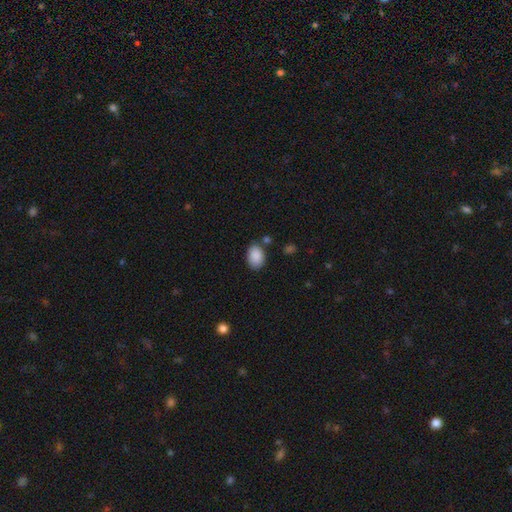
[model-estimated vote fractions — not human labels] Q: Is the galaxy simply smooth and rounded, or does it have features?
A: smooth — 89%.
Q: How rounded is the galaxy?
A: in between — 83%.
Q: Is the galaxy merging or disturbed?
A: none — 77%.